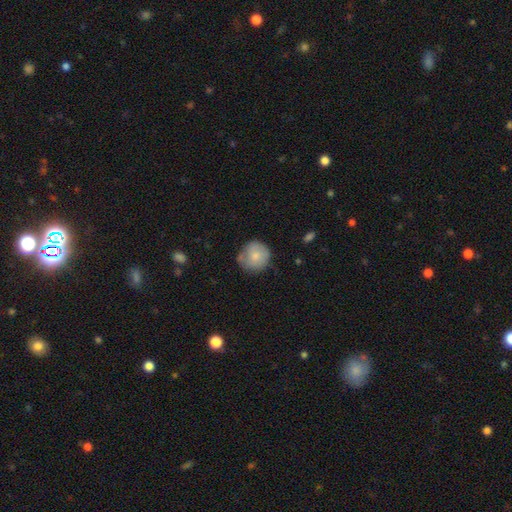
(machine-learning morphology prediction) smooth 75%, featured or disk 18%, star or artifact 7%. Down the decision tree: how rounded — round (91%); merging — none (65%).